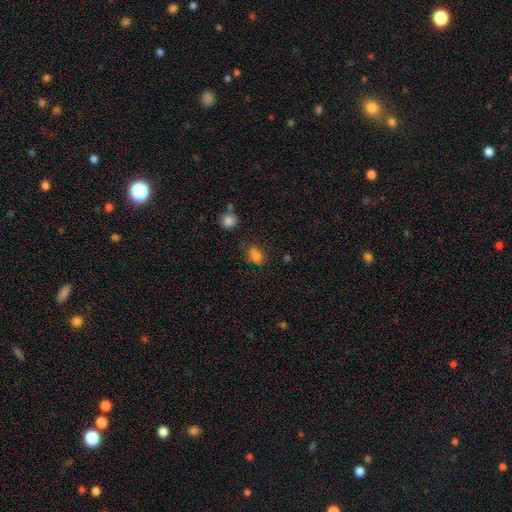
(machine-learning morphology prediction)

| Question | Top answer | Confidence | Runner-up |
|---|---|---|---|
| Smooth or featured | smooth | 78% | star or artifact (15%) |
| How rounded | in between | 69% | round (29%) |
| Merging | none | 59% | minor disturbance (25%) |